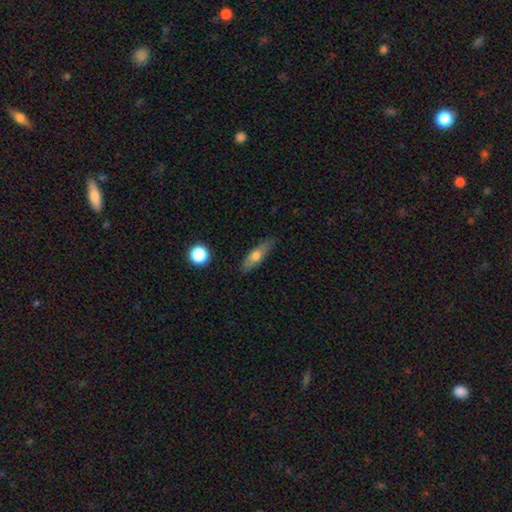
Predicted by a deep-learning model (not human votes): smooth 60%, featured or disk 32%, star or artifact 7%. Down the decision tree: how rounded — cigar-shaped (54%); merging — none (82%).